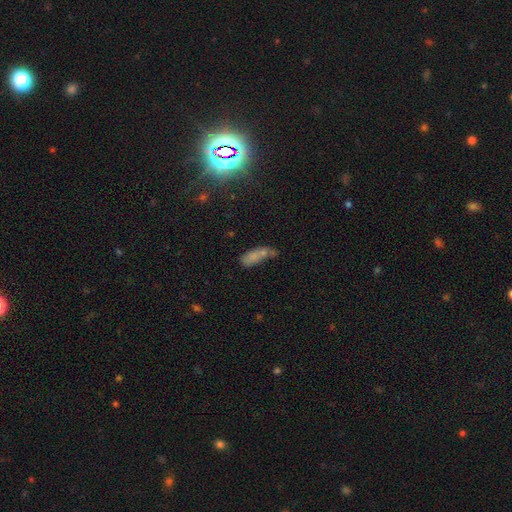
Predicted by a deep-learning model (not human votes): A smooth galaxy with no disk features (66%) that is in between round and cigar-shaped (64%). Merging: none (35%).